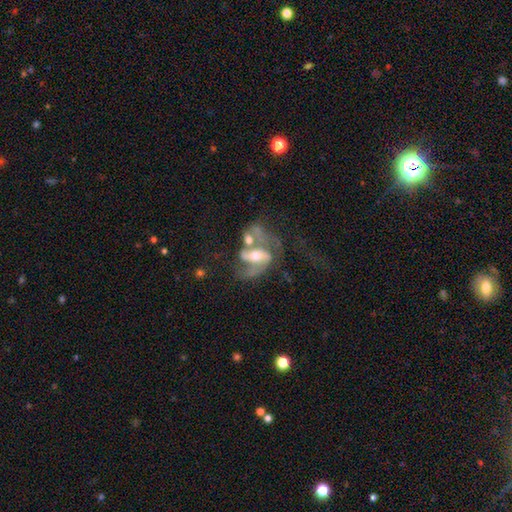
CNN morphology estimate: A featured or disk galaxy (79%) with a strong bar (37%), 2 (79%) loose (45%) spiral arms (85%) and a moderate central bulge (60%).

Vote fractions:
- Smooth or featured? featured or disk: 79% / smooth: 14% / star or artifact: 7%
- Edge-on disk? no: 96% / yes: 4%
- Bar? strong: 37% / no: 32% / weak: 32%
- Spiral arms? yes: 85% / no: 15%
- Spiral winding? loose: 45% / medium: 42% / tight: 13%
- Spiral arm count? 2: 79% / can't tell: 9% / 1: 7% / 3: 3% / 4: 1% / more than 4: 1%
- Bulge size? moderate: 60% / small: 31% / large: 6% / none: 2% / dominant: 1%
- Merging? merger: 34% / none: 27% / major disturbance: 25% / minor disturbance: 14%